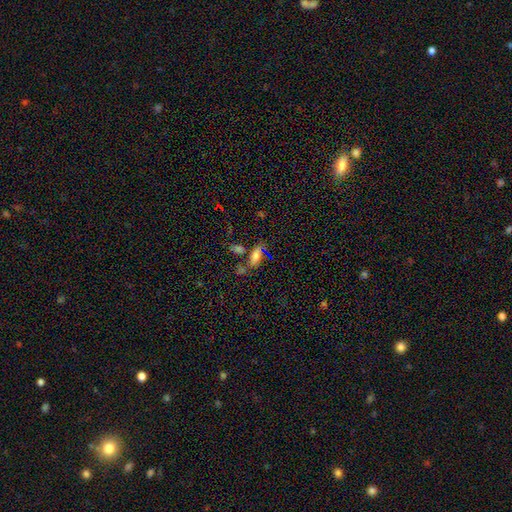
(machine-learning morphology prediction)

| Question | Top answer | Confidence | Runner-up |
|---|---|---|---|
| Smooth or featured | smooth | 60% | star or artifact (24%) |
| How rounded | in between | 75% | cigar-shaped (19%) |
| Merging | none | 55% | merger (19%) |